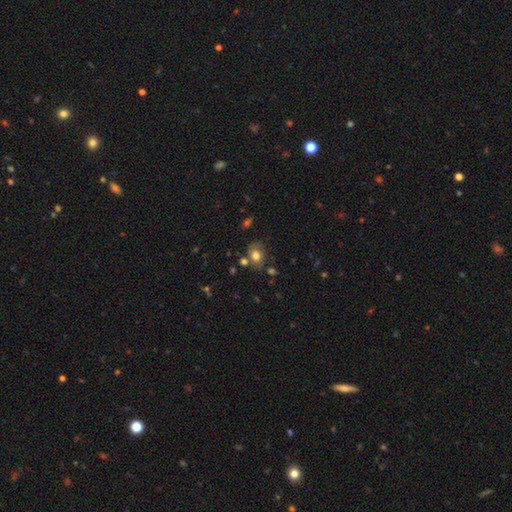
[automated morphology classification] A smooth galaxy with no disk features (72%) that is in between round and cigar-shaped (56%). Merging: none (64%).